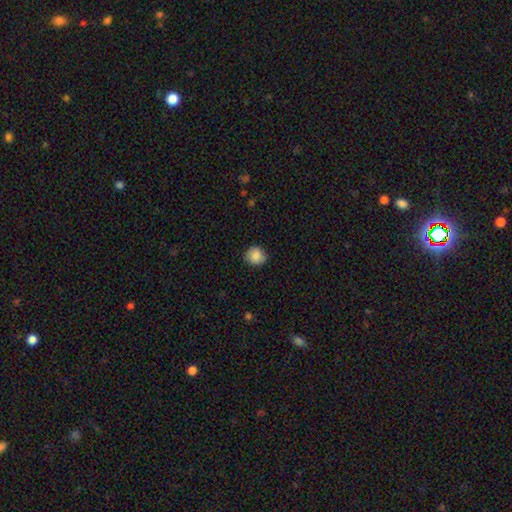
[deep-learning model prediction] A smooth galaxy with no disk features (87%) that is round (83%).

Vote fractions:
- Smooth or featured? smooth: 87% / star or artifact: 8% / featured or disk: 4%
- How rounded? round: 83% / in between: 16% / cigar-shaped: 1%
- Merging? none: 82% / minor disturbance: 14% / major disturbance: 3% / merger: 1%